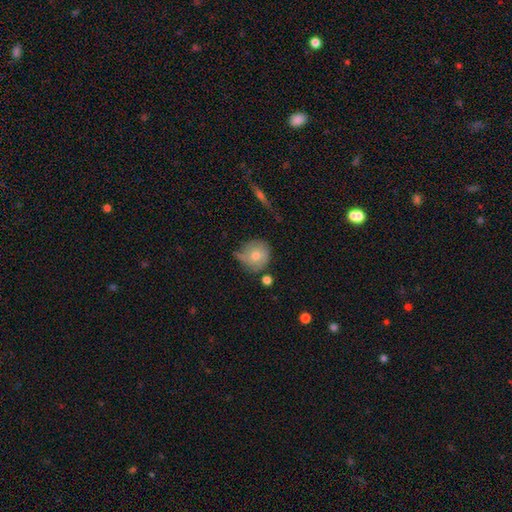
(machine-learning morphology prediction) This appears to be a smooth galaxy with no disk features (66%) that is round (87%). Merging: none (52%).